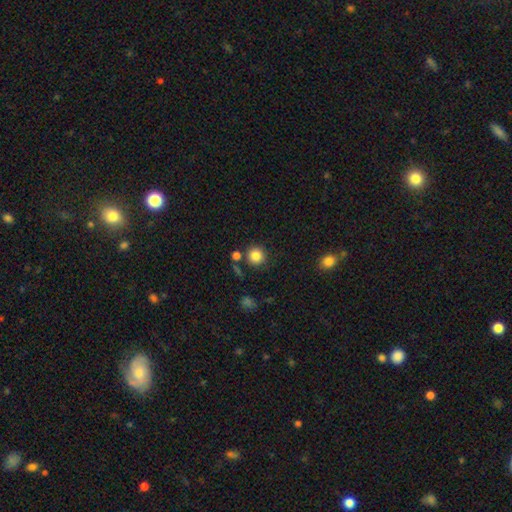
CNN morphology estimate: smooth_or_featured: smooth (p=0.84) [alt: star or artifact p=0.10]
how_rounded: round (p=0.92) [alt: in between p=0.07]
merging: none (p=0.80) [alt: minor disturbance p=0.08]